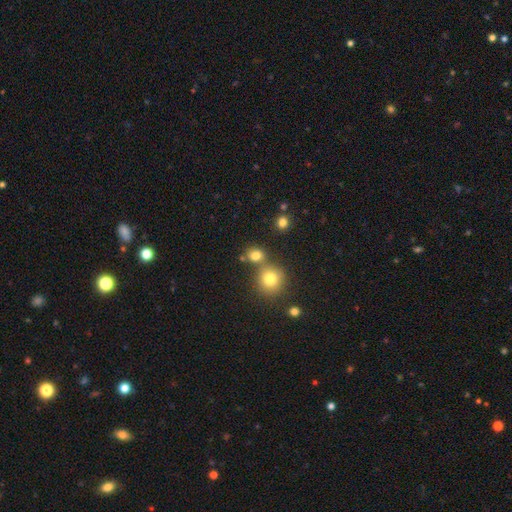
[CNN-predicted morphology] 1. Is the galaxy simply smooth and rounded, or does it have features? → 77% smooth, 15% star or artifact, 8% featured or disk.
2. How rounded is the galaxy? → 77% round, 22% in between, 1% cigar-shaped.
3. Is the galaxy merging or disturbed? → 62% none, 26% merger, 9% minor disturbance, 3% major disturbance.